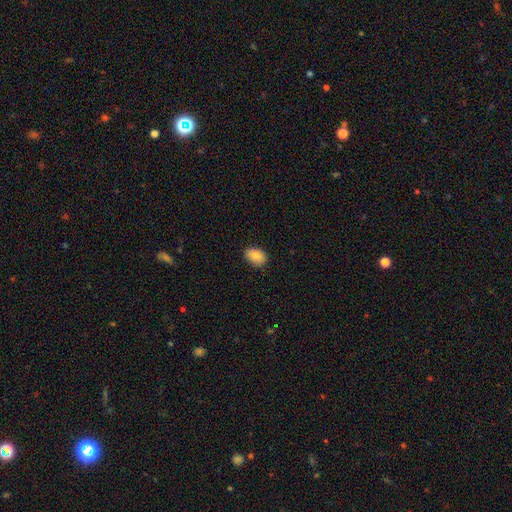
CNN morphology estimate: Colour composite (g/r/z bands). It shows a smooth galaxy with no disk features (86%) that is in between round and cigar-shaped (83%). Merging: none (86%).